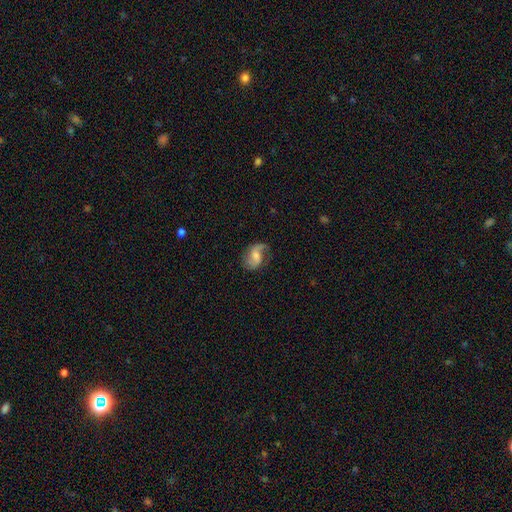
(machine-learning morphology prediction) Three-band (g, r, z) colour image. It shows a featured or disk galaxy (72%) with a weak bar (47%), 2 (80%) loose (53%) spiral arms (93%) and a moderate central bulge (44%). Merging: none (62%).